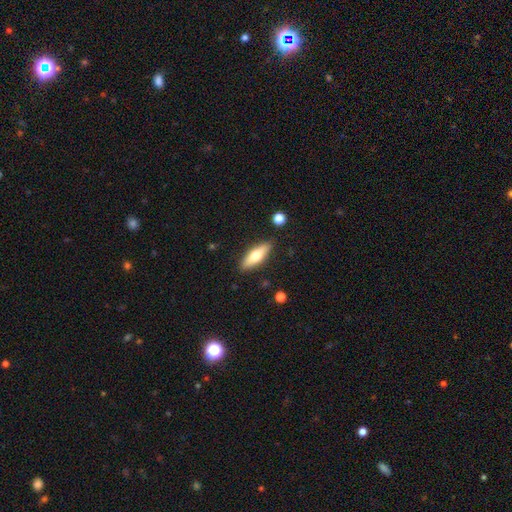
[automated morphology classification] Smooth or featured: smooth — 59% (featured or disk — 36%)
How rounded: in between — 54% (cigar-shaped — 43%)
Merging: none — 88% (minor disturbance — 9%)